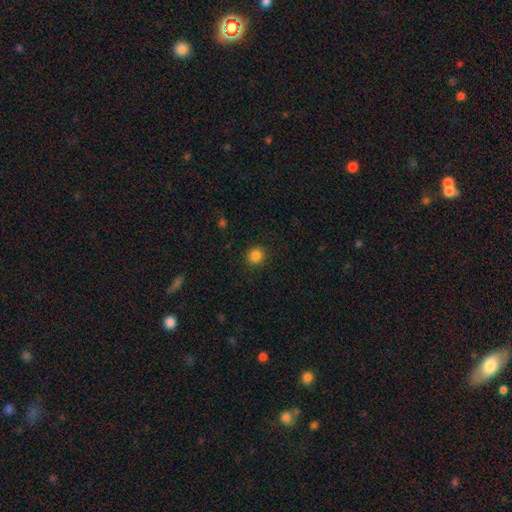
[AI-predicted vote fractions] This is clearly a smooth galaxy (85%). How rounded: clearly round (87%). Merging: clearly none (90%).